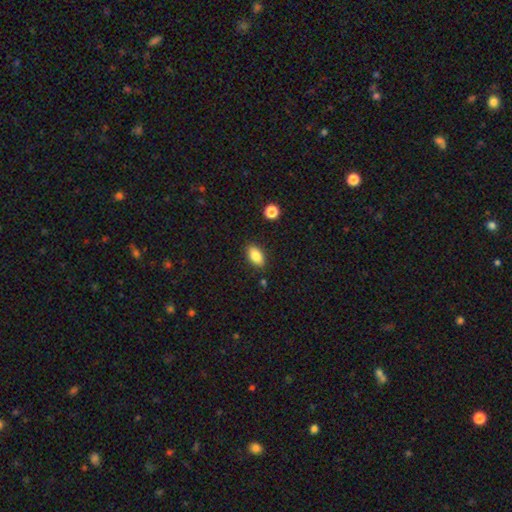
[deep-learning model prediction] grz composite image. It shows a smooth galaxy with no disk features (84%) that is in between round and cigar-shaped (90%). Merging: none (85%).